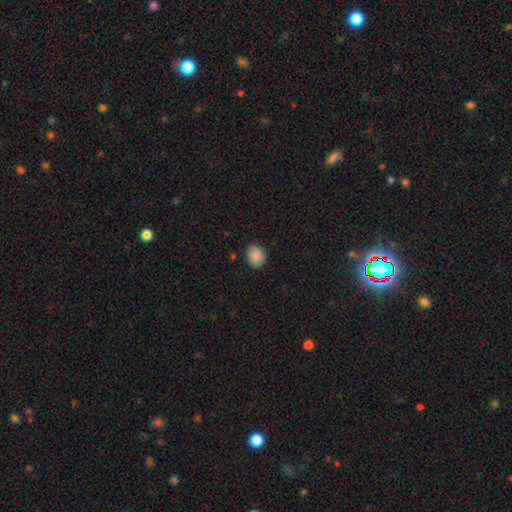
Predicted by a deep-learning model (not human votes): Smooth or featured?
  - smooth: 88% *
  - star or artifact: 9%
  - featured or disk: 3%
How rounded?
  - round: 69% *
  - in between: 30%
  - cigar-shaped: 1%
Merging?
  - none: 85% *
  - minor disturbance: 12%
  - major disturbance: 2%
  - merger: 1%